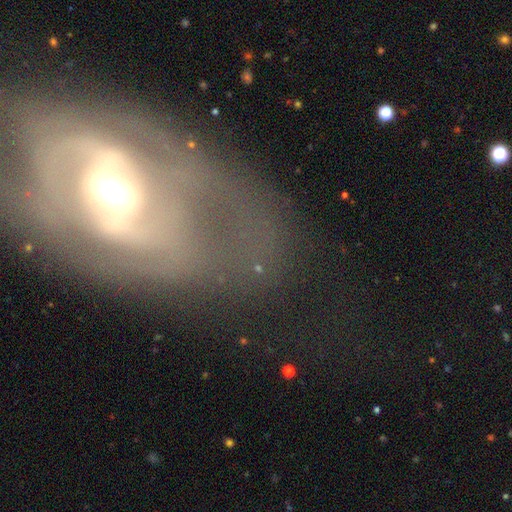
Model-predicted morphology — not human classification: featured or disk 64%, smooth 20%, star or artifact 16%. Down the decision tree: edge-on disk — no (89%); bar — no (40%); spiral arms — yes (51%); bulge size — moderate (60%); merging — none (46%).